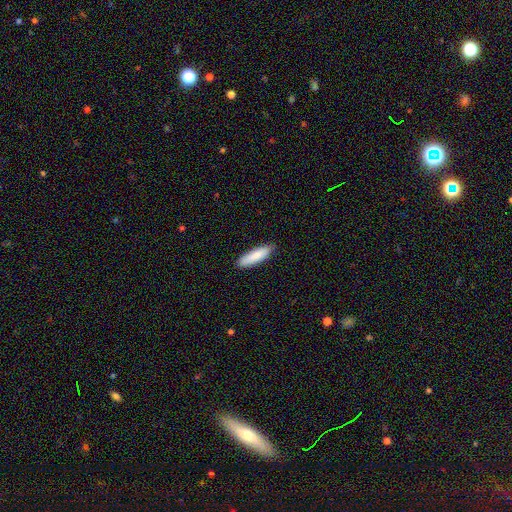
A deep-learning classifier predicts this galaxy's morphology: smooth_or_featured: smooth (p=0.87) [alt: featured or disk p=0.08]
how_rounded: cigar-shaped (p=0.62) [alt: in between p=0.36]
merging: none (p=0.87) [alt: minor disturbance p=0.10]